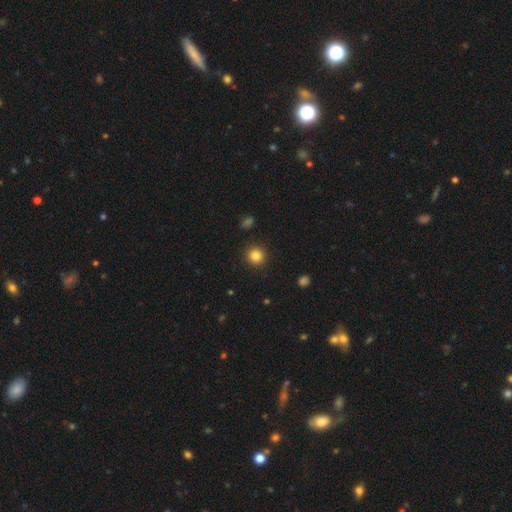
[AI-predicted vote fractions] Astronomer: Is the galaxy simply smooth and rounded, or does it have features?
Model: smooth — 84%.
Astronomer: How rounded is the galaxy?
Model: round — 93%.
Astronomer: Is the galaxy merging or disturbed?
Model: none — 92%.